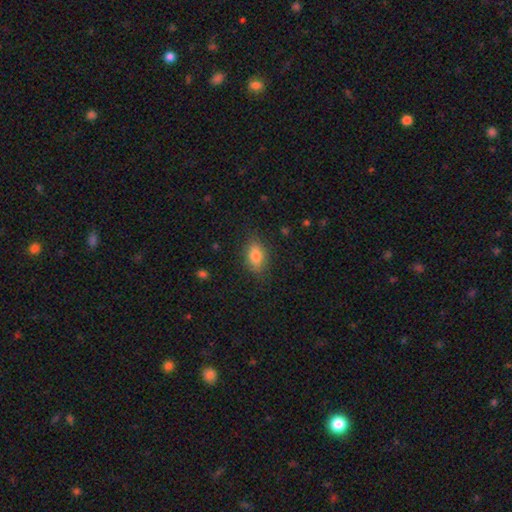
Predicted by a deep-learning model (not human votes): smooth_or_featured: smooth (p=0.77) [alt: featured or disk p=0.14]
how_rounded: in between (p=0.84) [alt: round p=0.10]
merging: none (p=0.82) [alt: minor disturbance p=0.13]